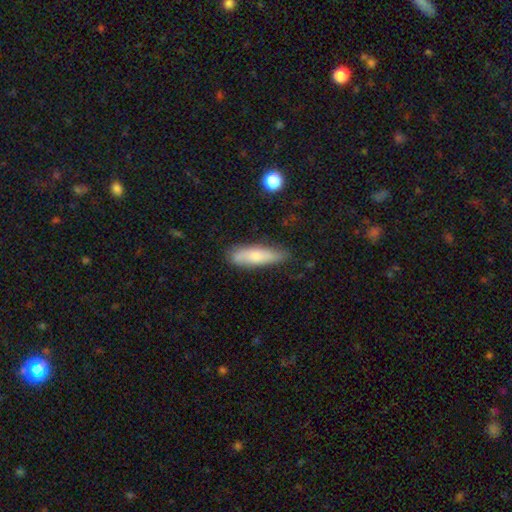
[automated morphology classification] This appears to be a smooth galaxy with no disk features (68%) that is cigar-shaped (62%). Merging: none (74%).